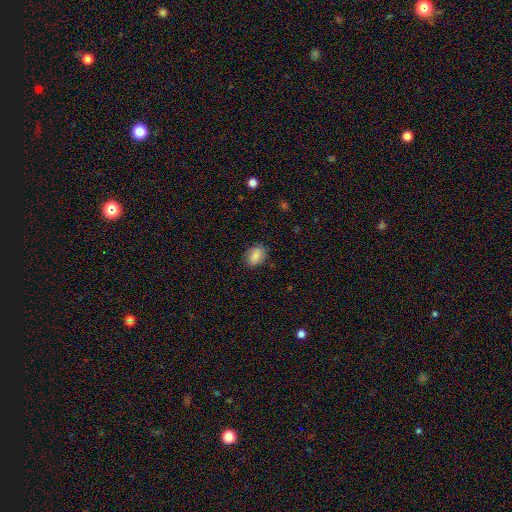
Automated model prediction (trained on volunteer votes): Smooth or featured: smooth — 84% (featured or disk — 8%)
How rounded: in between — 75% (round — 24%)
Merging: none — 79% (minor disturbance — 16%)